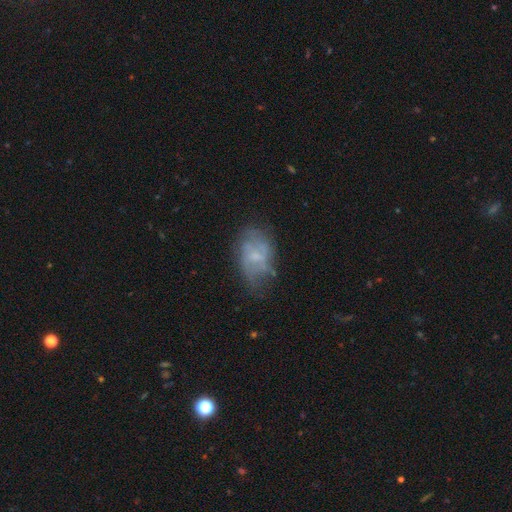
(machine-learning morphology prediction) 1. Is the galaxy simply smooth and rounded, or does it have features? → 53% featured or disk, 38% smooth, 10% star or artifact.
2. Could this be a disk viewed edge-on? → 96% no, 4% yes.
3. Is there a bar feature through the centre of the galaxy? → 57% no, 37% weak, 6% strong.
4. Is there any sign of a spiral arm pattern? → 51% yes, 49% no.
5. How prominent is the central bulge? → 42% small, 30% none, 25% moderate, 2% large, 1% dominant.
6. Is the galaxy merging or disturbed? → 54% none, 28% minor disturbance, 16% major disturbance, 3% merger.